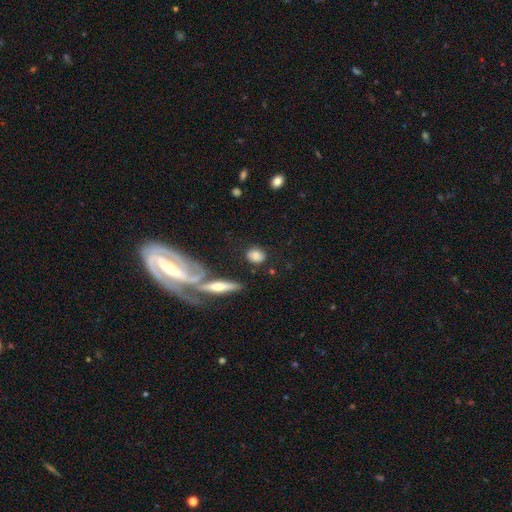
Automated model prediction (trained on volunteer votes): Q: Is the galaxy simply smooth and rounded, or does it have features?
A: smooth — 78%.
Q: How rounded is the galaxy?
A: in between — 47%.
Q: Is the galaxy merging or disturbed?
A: none — 76%.